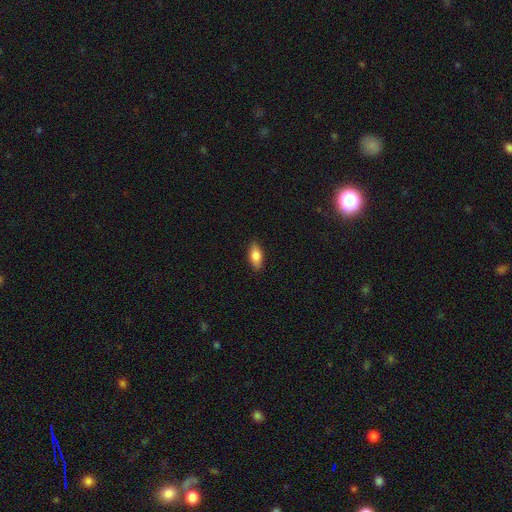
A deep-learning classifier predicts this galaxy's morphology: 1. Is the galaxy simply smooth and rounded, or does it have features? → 81% smooth, 12% featured or disk, 7% star or artifact.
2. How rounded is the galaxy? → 86% in between, 11% cigar-shaped, 3% round.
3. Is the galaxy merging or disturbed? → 88% none, 9% minor disturbance, 2% major disturbance, 1% merger.